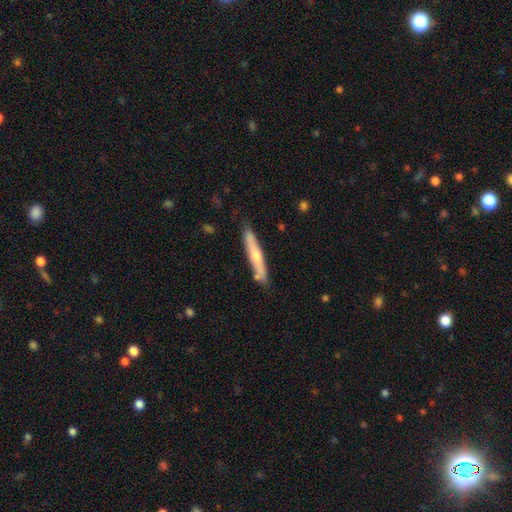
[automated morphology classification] smooth_or_featured: featured or disk (p=0.54) [alt: smooth p=0.38]
disk_edge_on: yes (p=0.88) [alt: no p=0.12]
merging: none (p=0.84) [alt: minor disturbance p=0.12]